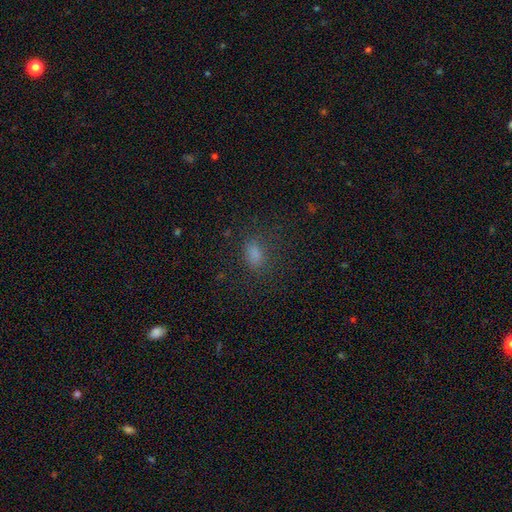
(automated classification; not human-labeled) Smooth or featured? Predicted: smooth (p=0.71). How rounded? Predicted: in between (p=0.74). Merging? Predicted: none (p=0.79).